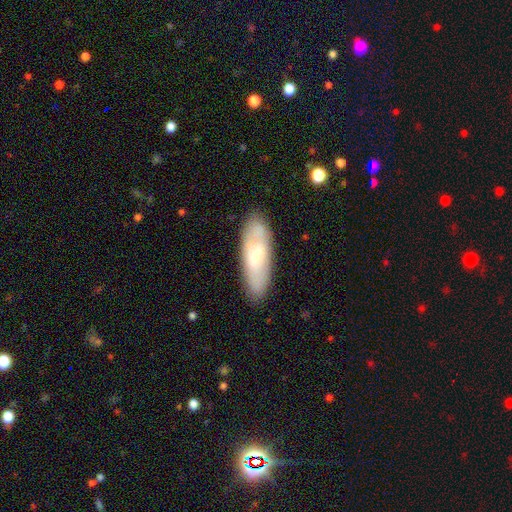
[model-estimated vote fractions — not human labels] Morphology: type=smooth (53%); roundness=in between (60%); merging=none (80%).